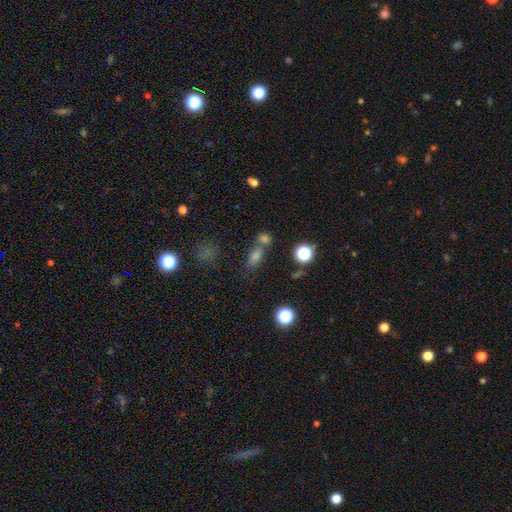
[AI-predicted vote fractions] Smooth or featured? smooth (64%)
How rounded? in between (59%)
Merging? none (53%)